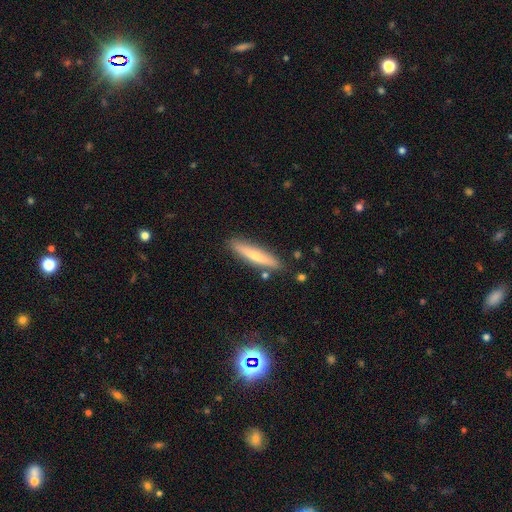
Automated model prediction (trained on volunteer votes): Smooth or featured? Predicted: smooth (p=0.56). How rounded? Predicted: cigar-shaped (p=0.88). Merging? Predicted: none (p=0.86).